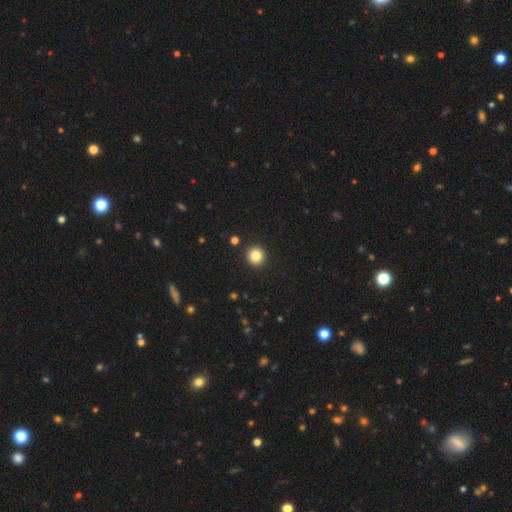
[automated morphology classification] smooth-or-featured: smooth: 83% | star or artifact: 11% | featured or disk: 6%
  how-rounded: round: 94% | in between: 5% | cigar-shaped: 1%
  merging: none: 93% | minor disturbance: 4% | major disturbance: 2% | merger: 1%